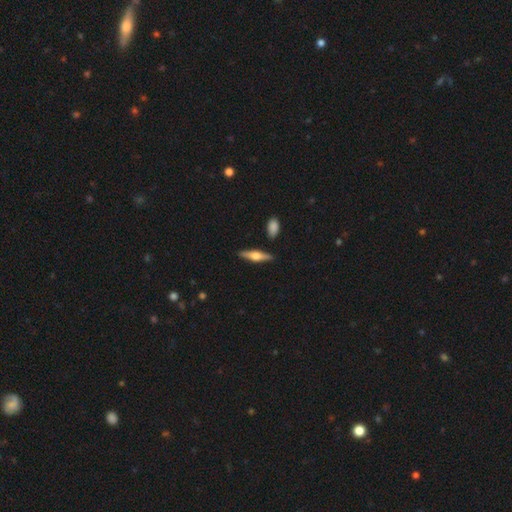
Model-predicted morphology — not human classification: A featured or disk galaxy (62%) viewed edge-on (96%) with a rounded central bulge (91%).

Vote fractions:
- Smooth or featured? featured or disk: 62% / smooth: 33% / star or artifact: 6%
- Edge-on disk? yes: 96% / no: 4%
- Edge-on bulge? rounded: 91% / boxy: 6% / none: 2%
- Merging? none: 86% / minor disturbance: 9% / merger: 3% / major disturbance: 2%